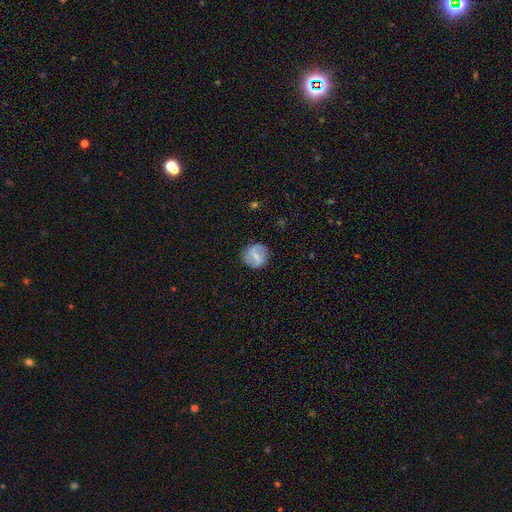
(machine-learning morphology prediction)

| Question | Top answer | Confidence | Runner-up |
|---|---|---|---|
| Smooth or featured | smooth | 49% | featured or disk (43%) |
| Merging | none | 83% | minor disturbance (12%) |